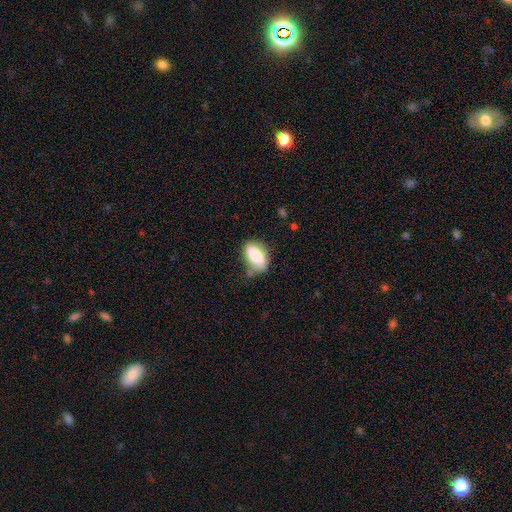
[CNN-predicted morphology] smooth-or-featured: smooth: 70% | featured or disk: 23% | star or artifact: 7%
  how-rounded: in between: 90% | round: 8% | cigar-shaped: 2%
  merging: none: 51% | minor disturbance: 33% | major disturbance: 10% | merger: 6%